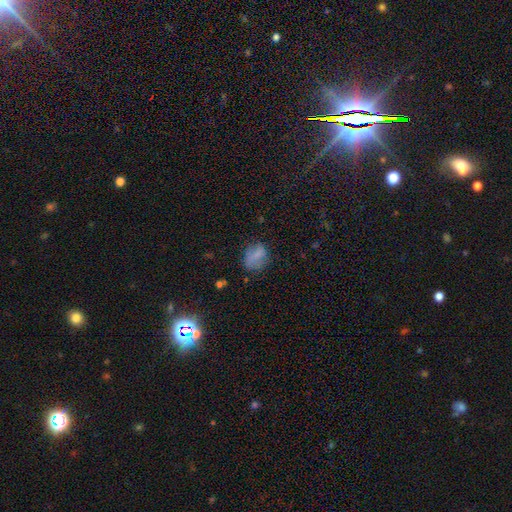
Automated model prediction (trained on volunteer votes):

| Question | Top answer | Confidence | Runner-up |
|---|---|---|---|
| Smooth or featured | smooth | 73% | featured or disk (15%) |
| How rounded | in between | 59% | round (39%) |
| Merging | none | 58% | minor disturbance (26%) |